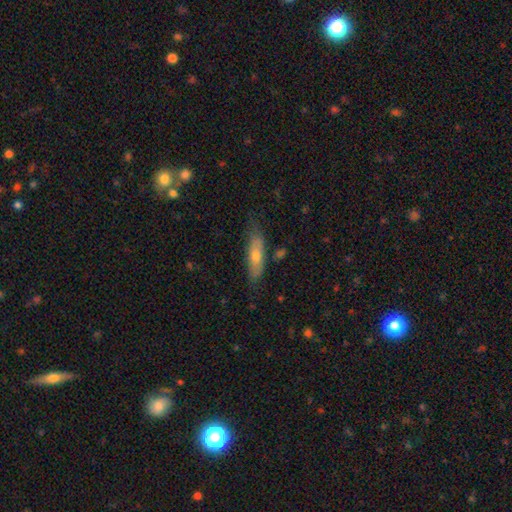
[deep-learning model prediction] Smooth or featured: smooth — 59% (featured or disk — 35%)
How rounded: cigar-shaped — 62% (in between — 36%)
Merging: none — 71% (minor disturbance — 22%)